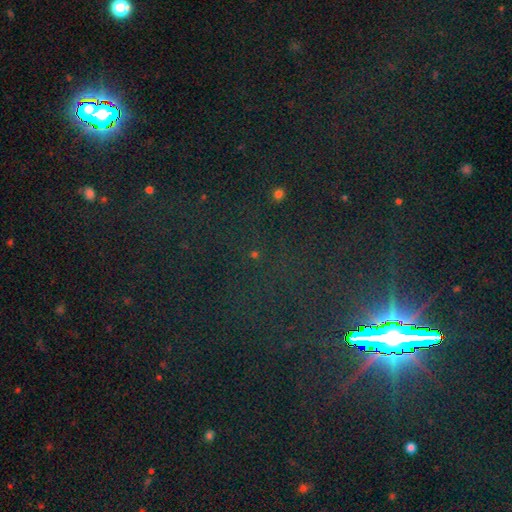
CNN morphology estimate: Smooth or featured: star or artifact — 80% (smooth — 13%)